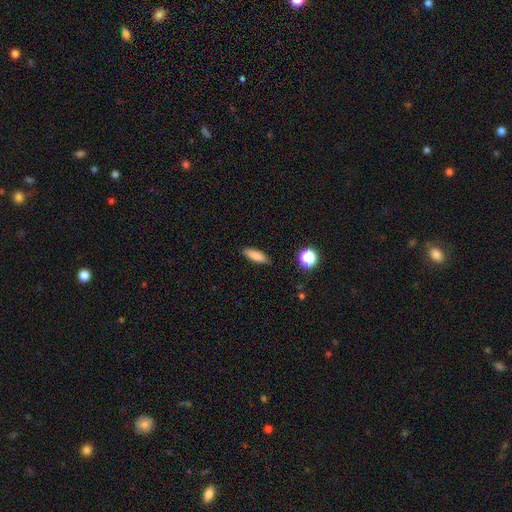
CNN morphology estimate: The model was most divided on "how rounded": in between: 53%, cigar-shaped: 44%, round: 3%. More confident: merging — none (87%); smooth or featured — smooth (83%).